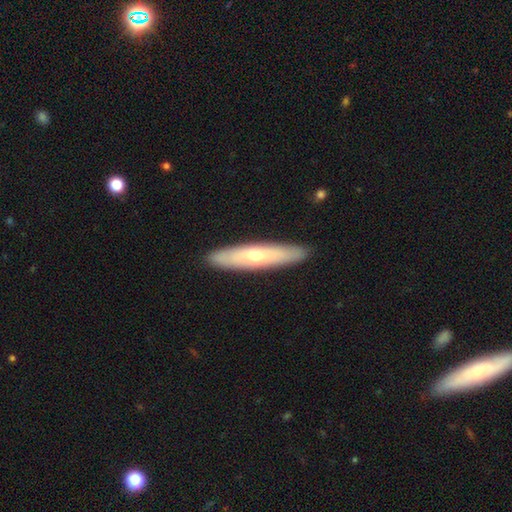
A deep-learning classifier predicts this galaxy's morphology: type=featured or disk (50%); merging=none (90%).